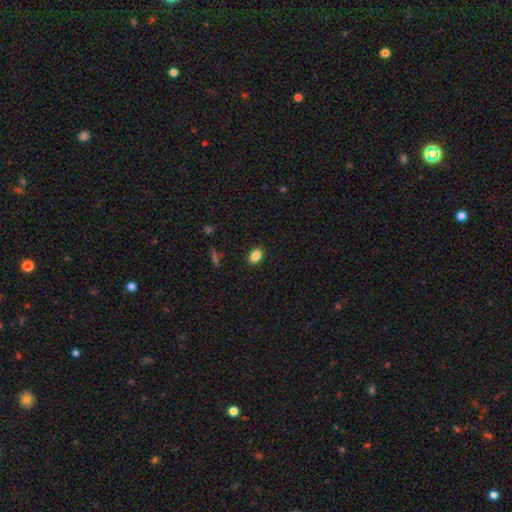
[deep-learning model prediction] This is clearly a smooth galaxy (85%). How rounded: clearly in between (86%). Merging: clearly none (89%).